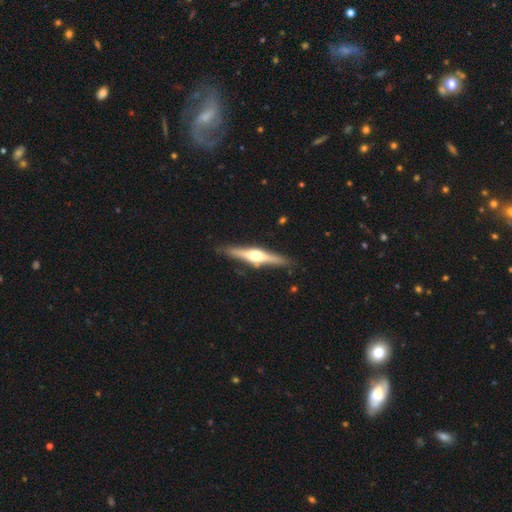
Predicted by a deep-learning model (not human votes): Smooth or featured: featured or disk — 73% (smooth — 22%)
Edge-on disk: yes — 97% (no — 3%)
Edge-on bulge: rounded — 93% (boxy — 4%)
Merging: none — 88% (minor disturbance — 9%)